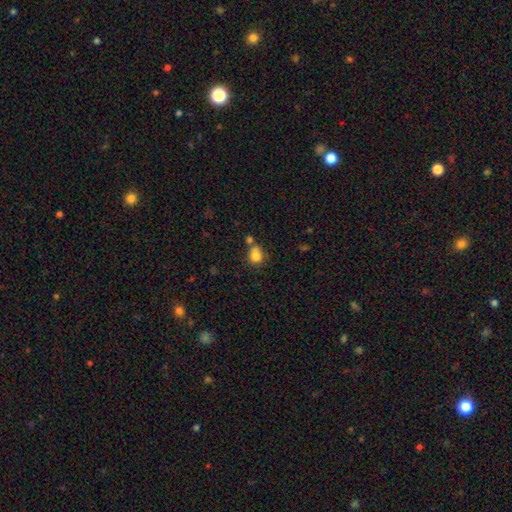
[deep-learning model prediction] smooth-or-featured: smooth: 81% | star or artifact: 11% | featured or disk: 8%
  how-rounded: round: 67% | in between: 32% | cigar-shaped: 1%
  merging: none: 47% | merger: 28% | minor disturbance: 17% | major disturbance: 7%